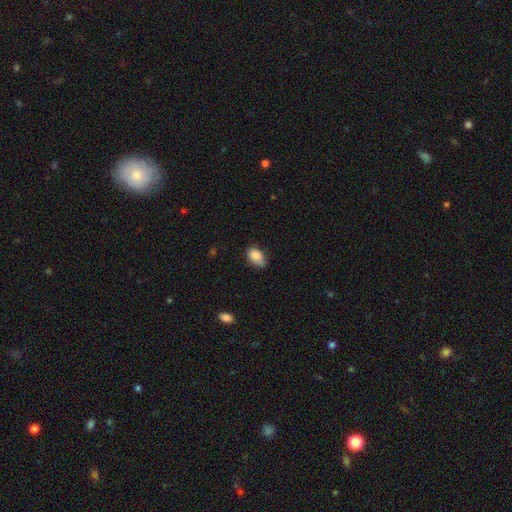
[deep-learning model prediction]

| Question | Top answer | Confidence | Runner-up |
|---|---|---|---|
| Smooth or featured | smooth | 83% | featured or disk (9%) |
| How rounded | in between | 78% | round (21%) |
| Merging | none | 54% | minor disturbance (35%) |